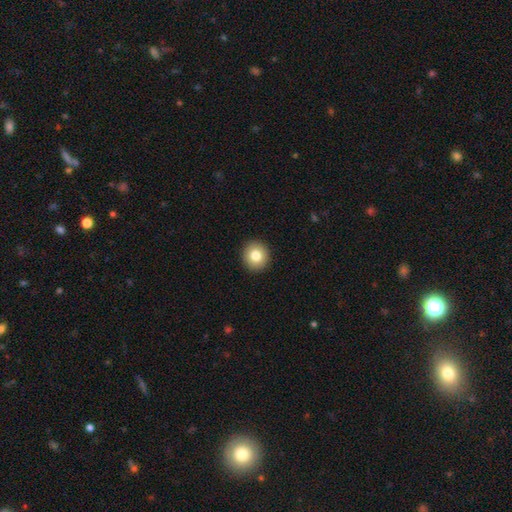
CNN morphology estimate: smooth-or-featured: smooth: 81% | featured or disk: 10% | star or artifact: 9%
  how-rounded: round: 91% | in between: 8% | cigar-shaped: 1%
  merging: none: 93% | minor disturbance: 5% | major disturbance: 2% | merger: 1%